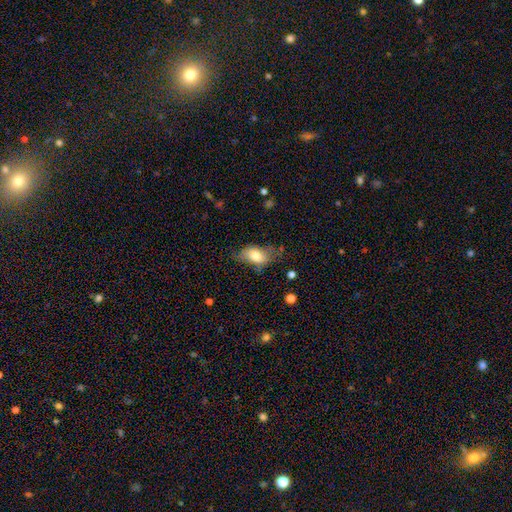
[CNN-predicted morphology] A smooth galaxy with no disk features (74%) that is in between round and cigar-shaped (90%). Merging: none (55%).